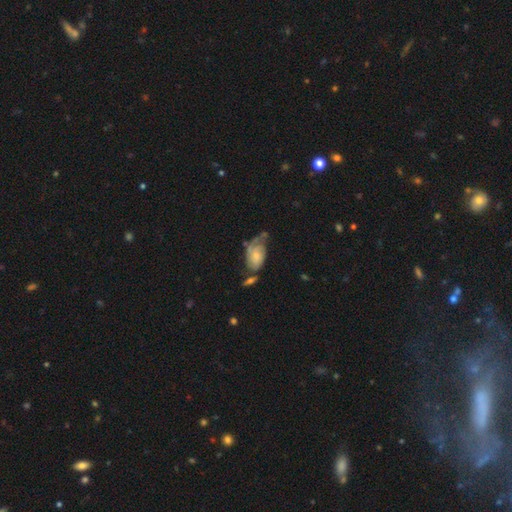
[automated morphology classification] Smooth or featured? featured or disk (50%)
Merging? none (30%)